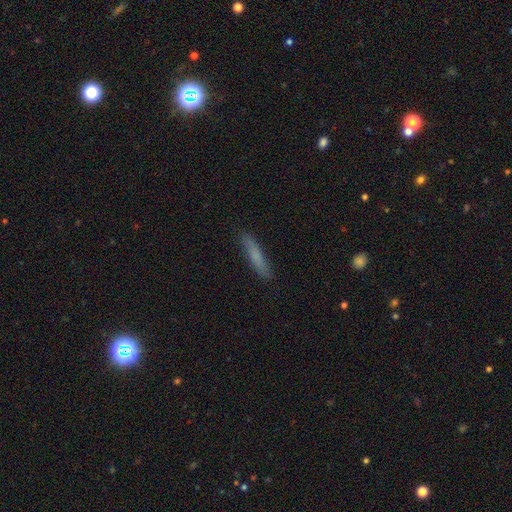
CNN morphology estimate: A smooth galaxy with no disk features (73%) that is cigar-shaped (90%). Merging: none (85%).